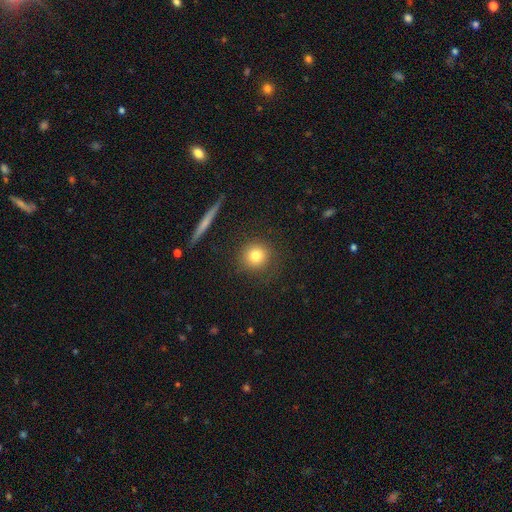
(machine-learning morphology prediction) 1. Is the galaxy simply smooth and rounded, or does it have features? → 80% smooth, 11% star or artifact, 9% featured or disk.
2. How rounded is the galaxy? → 93% round, 6% in between, 1% cigar-shaped.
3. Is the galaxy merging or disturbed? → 86% none, 8% minor disturbance, 3% major disturbance, 2% merger.